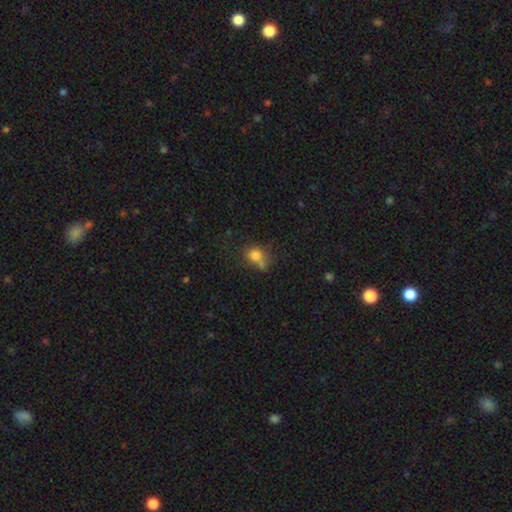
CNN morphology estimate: Q: Smooth or featured?
A: smooth (76%); runner-up: star or artifact (13%)
Q: How rounded?
A: round (64%); runner-up: in between (34%)
Q: Merging?
A: none (46%); runner-up: minor disturbance (22%)